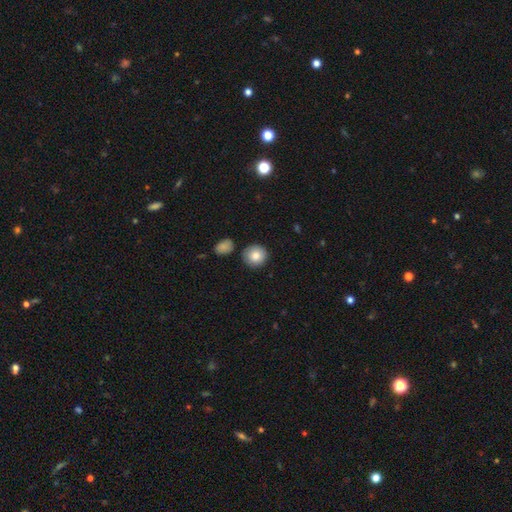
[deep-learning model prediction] Smooth or featured? Predicted: smooth (p=0.83). How rounded? Predicted: round (p=0.92). Merging? Predicted: none (p=0.85).